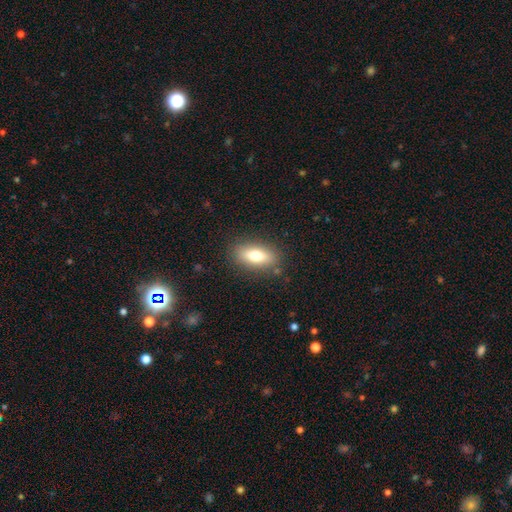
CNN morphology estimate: A smooth galaxy with no disk features (70%) that is in between round and cigar-shaped (78%).

Vote fractions:
- Smooth or featured? smooth: 70% / featured or disk: 22% / star or artifact: 8%
- How rounded? in between: 78% / cigar-shaped: 16% / round: 6%
- Merging? none: 85% / minor disturbance: 10% / major disturbance: 3% / merger: 1%